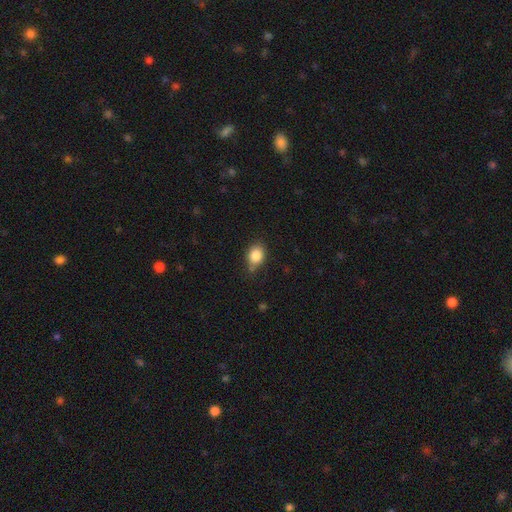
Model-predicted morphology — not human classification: Smooth or featured? Predicted: smooth (p=0.84). How rounded? Predicted: in between (p=0.58). Merging? Predicted: none (p=0.68).